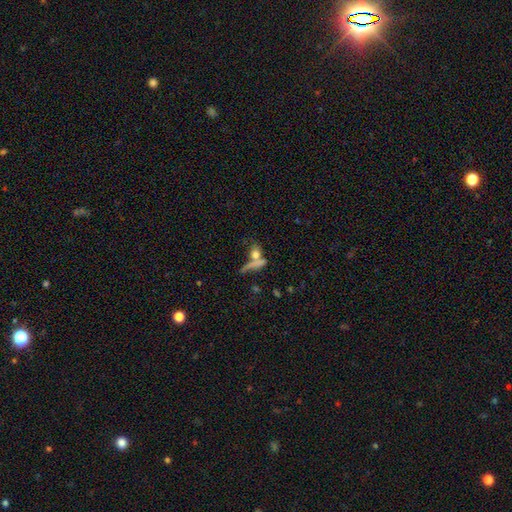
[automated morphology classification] The model was most divided on "merging": none: 39%, merger: 37%, major disturbance: 12%, minor disturbance: 11%. Remaining: smooth or featured — smooth (65%); how rounded — round (38%).